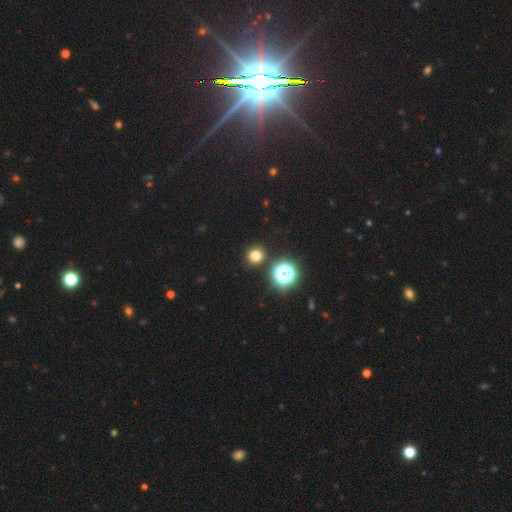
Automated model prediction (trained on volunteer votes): Smooth or featured: smooth — 75% (star or artifact — 20%)
How rounded: round — 90% (in between — 9%)
Merging: none — 89% (minor disturbance — 6%)